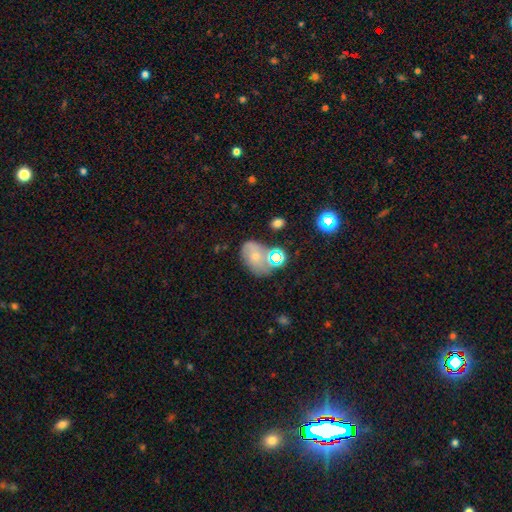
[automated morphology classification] A smooth galaxy with no disk features (57%) that is in between round and cigar-shaped (75%). Merging: none (47%).